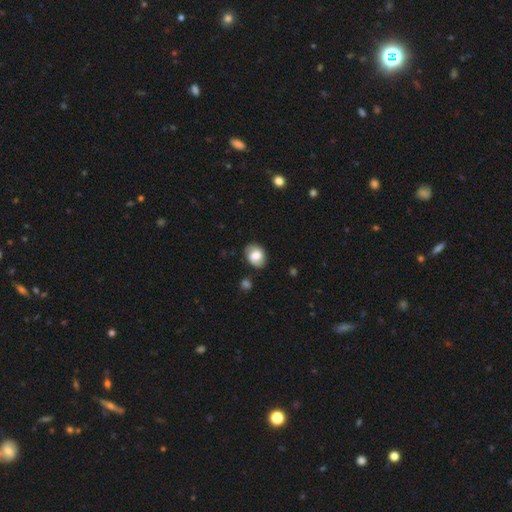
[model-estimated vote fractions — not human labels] Smooth or featured? smooth (66%)
How rounded? in between (69%)
Merging? none (77%)